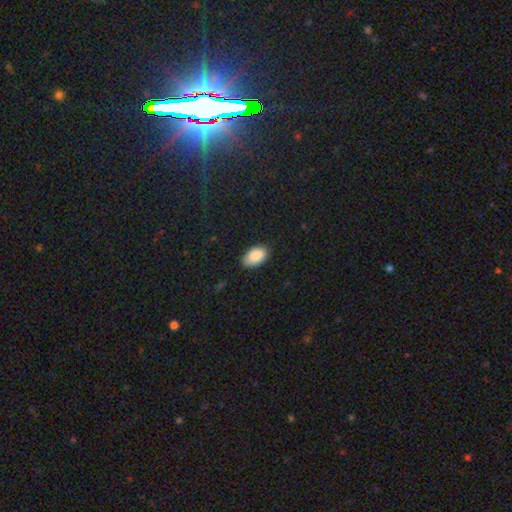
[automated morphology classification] Overall: smooth (89%). How rounded: in between (94%). Merging: none (83%).